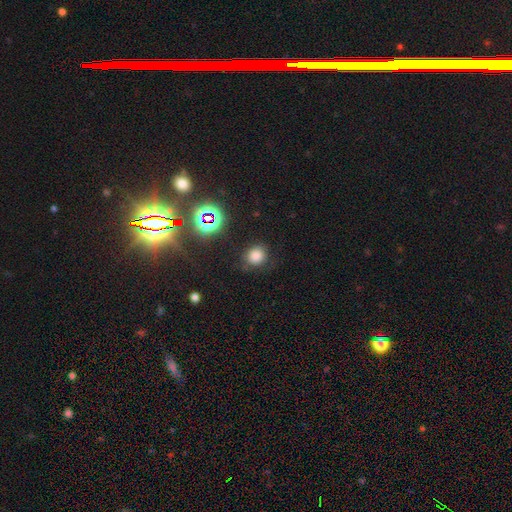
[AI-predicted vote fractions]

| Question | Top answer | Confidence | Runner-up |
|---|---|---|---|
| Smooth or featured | smooth | 76% | star or artifact (18%) |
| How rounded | round | 78% | in between (21%) |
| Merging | none | 75% | minor disturbance (16%) |